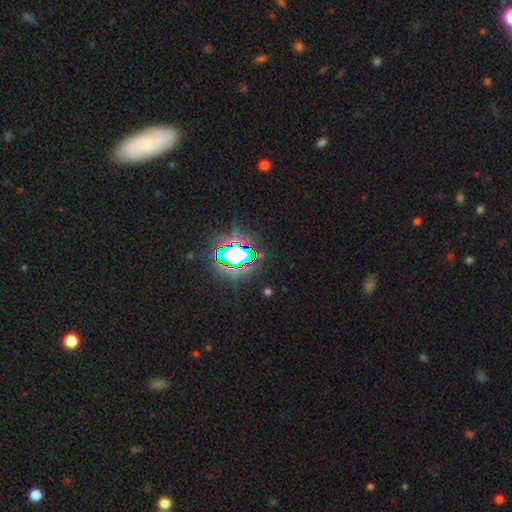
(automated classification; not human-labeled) smooth_or_featured: star or artifact (p=0.76) [alt: smooth p=0.15]